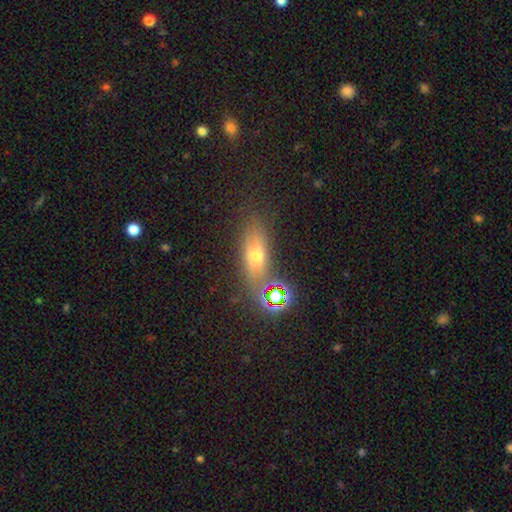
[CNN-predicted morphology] smooth-or-featured: smooth: 50% | featured or disk: 27% | star or artifact: 23%
  merging: none: 72% | minor disturbance: 14% | major disturbance: 7% | merger: 6%